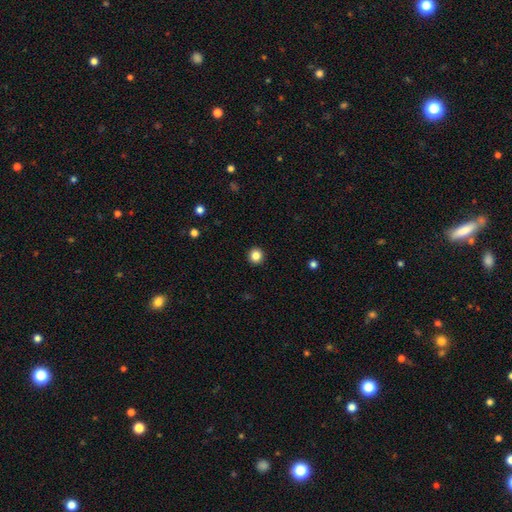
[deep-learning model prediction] A smooth galaxy with no disk features (85%) that is round (94%).

Vote fractions:
- Smooth or featured? smooth: 85% / star or artifact: 11% / featured or disk: 4%
- How rounded? round: 94% / in between: 5% / cigar-shaped: 1%
- Merging? none: 93% / minor disturbance: 4% / major disturbance: 1% / merger: 1%